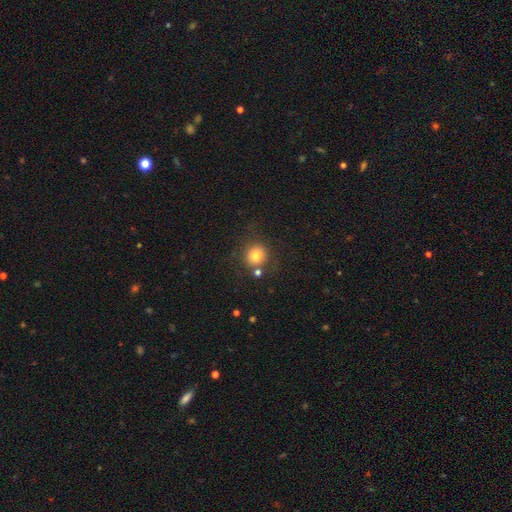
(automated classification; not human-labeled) Smooth or featured? Predicted: smooth (p=0.78). How rounded? Predicted: round (p=0.90). Merging? Predicted: none (p=0.73).